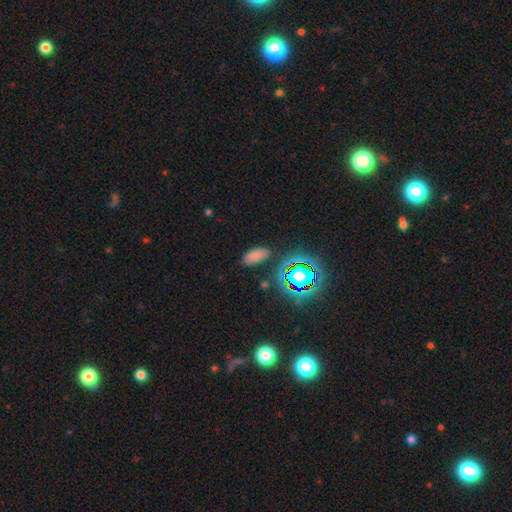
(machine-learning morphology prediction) A smooth galaxy with no disk features (72%) that is in between round and cigar-shaped (88%).

Vote fractions:
- Smooth or featured? smooth: 72% / star or artifact: 21% / featured or disk: 7%
- How rounded? in between: 88% / cigar-shaped: 8% / round: 4%
- Merging? none: 83% / minor disturbance: 11% / major disturbance: 4% / merger: 2%